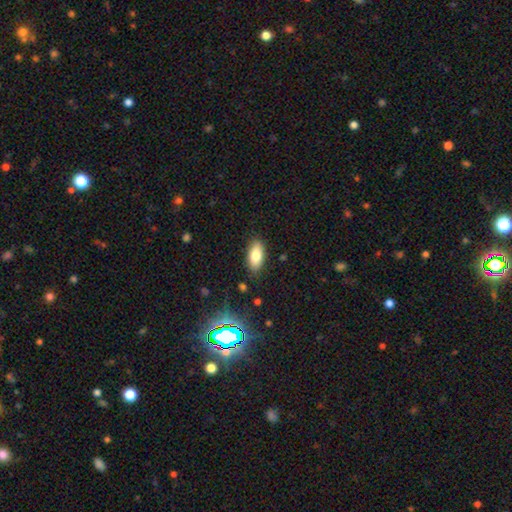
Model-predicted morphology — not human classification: This is likely a smooth galaxy (79%). How rounded: clearly in between (89%). Merging: clearly none (86%).